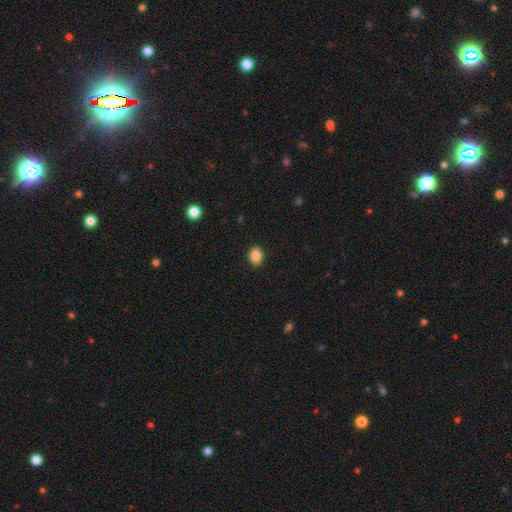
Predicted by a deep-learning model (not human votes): Smooth or featured? Predicted: smooth (p=0.87). How rounded? Predicted: round (p=0.54). Merging? Predicted: none (p=0.90).